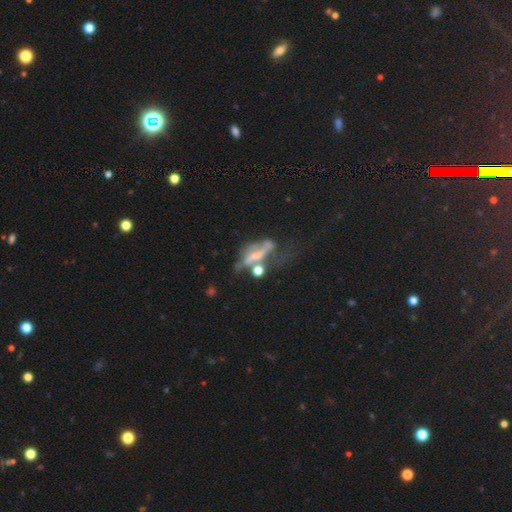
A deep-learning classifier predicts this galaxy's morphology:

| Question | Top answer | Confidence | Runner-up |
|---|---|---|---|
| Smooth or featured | featured or disk | 62% | smooth (25%) |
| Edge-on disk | no | 81% | yes (19%) |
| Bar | no | 45% | strong (30%) |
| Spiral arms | no | 54% | yes (46%) |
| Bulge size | small | 43% | moderate (26%) |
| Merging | major disturbance | 38% | merger (28%) |